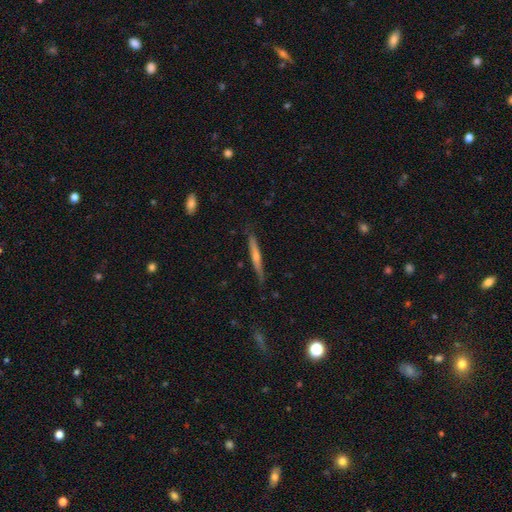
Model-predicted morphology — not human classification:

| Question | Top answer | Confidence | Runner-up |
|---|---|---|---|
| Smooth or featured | featured or disk | 66% | smooth (25%) |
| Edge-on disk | yes | 96% | no (4%) |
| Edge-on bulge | rounded | 72% | none (22%) |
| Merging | none | 87% | minor disturbance (10%) |